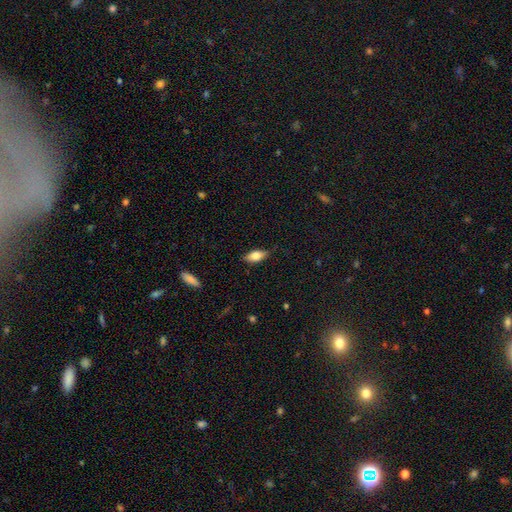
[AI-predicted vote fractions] smooth 72%, featured or disk 21%, star or artifact 7%. Down the decision tree: how rounded — in between (83%); merging — none (80%).